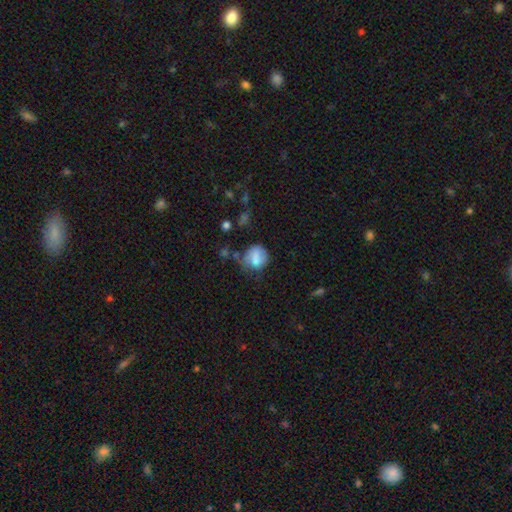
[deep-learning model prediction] Smooth or featured? Predicted: smooth (p=0.71). How rounded? Predicted: round (p=0.66). Merging? Predicted: none (p=0.45).